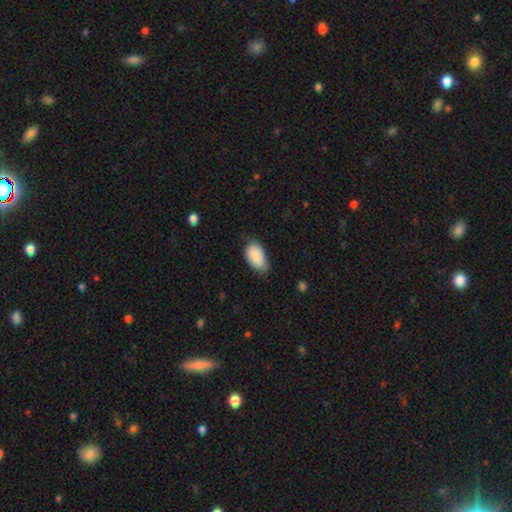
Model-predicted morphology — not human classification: smooth_or_featured: smooth (p=0.84) [alt: featured or disk p=0.10]
how_rounded: in between (p=0.92) [alt: round p=0.07]
merging: none (p=0.49) [alt: minor disturbance p=0.41]